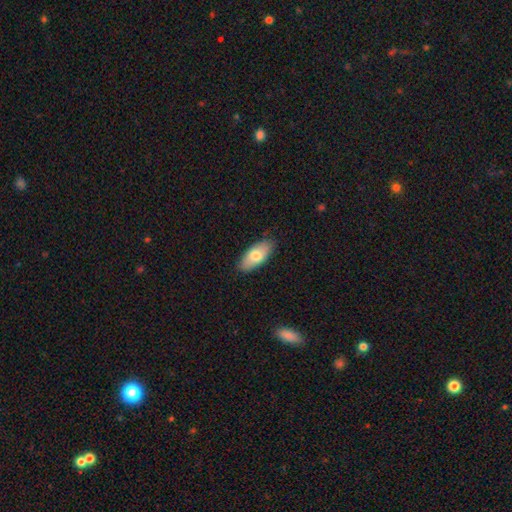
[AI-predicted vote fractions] Morphology: type=smooth (74%); roundness=in between (87%); merging=none (86%).